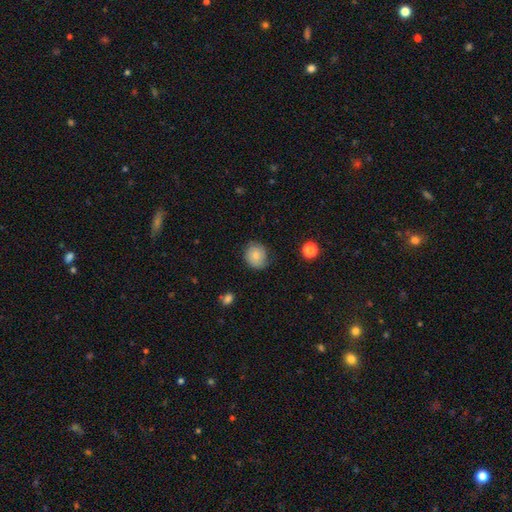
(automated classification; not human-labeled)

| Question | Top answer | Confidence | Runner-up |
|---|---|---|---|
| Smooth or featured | smooth | 75% | featured or disk (16%) |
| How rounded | round | 74% | in between (25%) |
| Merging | none | 74% | minor disturbance (20%) |